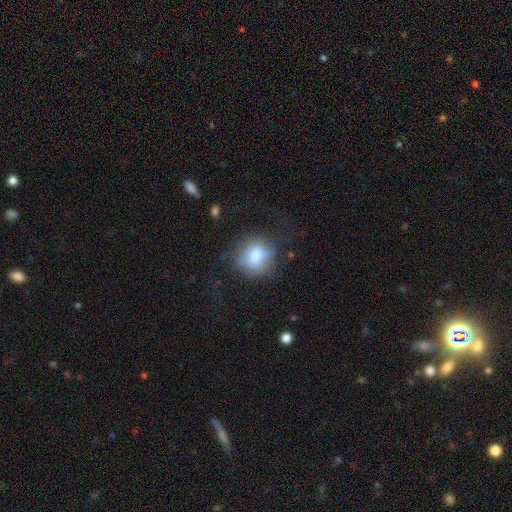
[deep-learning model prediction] Morphology: type=smooth (72%); roundness=round (81%); merging=none (61%).